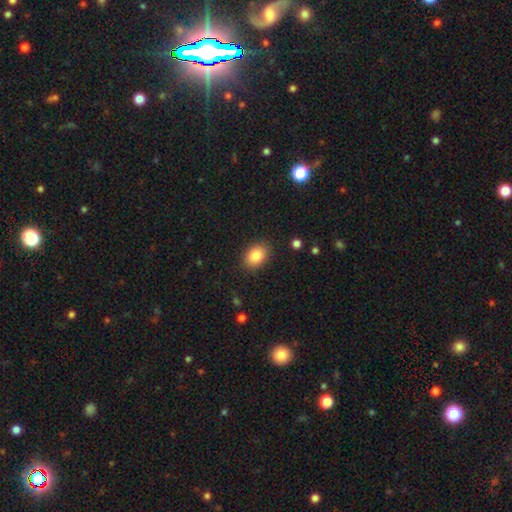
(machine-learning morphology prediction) Smooth or featured?
  - smooth: 84% *
  - star or artifact: 9%
  - featured or disk: 7%
How rounded?
  - in between: 74% *
  - round: 25%
  - cigar-shaped: 1%
Merging?
  - none: 87% *
  - minor disturbance: 9%
  - major disturbance: 2%
  - merger: 1%